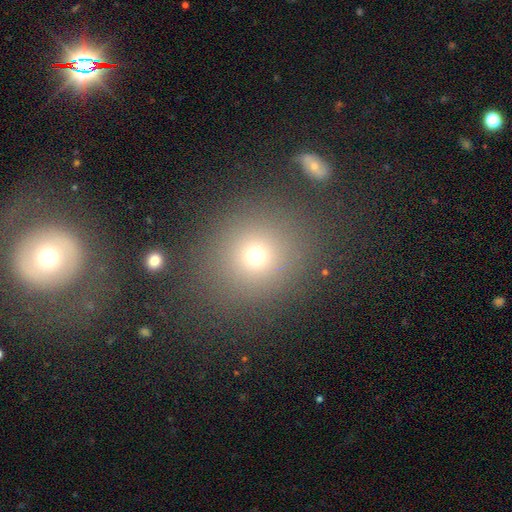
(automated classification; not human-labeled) smooth-or-featured: smooth: 71% | star or artifact: 19% | featured or disk: 10%
  how-rounded: round: 85% | in between: 14% | cigar-shaped: 1%
  merging: none: 82% | minor disturbance: 9% | major disturbance: 5% | merger: 4%